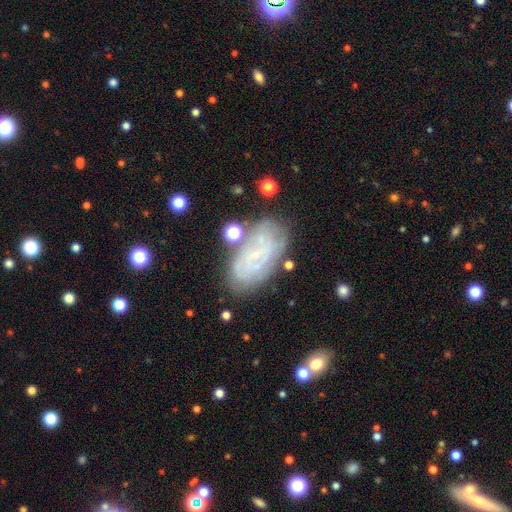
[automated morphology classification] Smooth or featured? featured or disk (67%)
Edge-on disk? no (95%)
Bar? no (60%)
Spiral arms? yes (83%)
Spiral winding? tight (64%)
Spiral arm count? can't tell (49%)
Bulge size? small (71%)
Merging? none (70%)